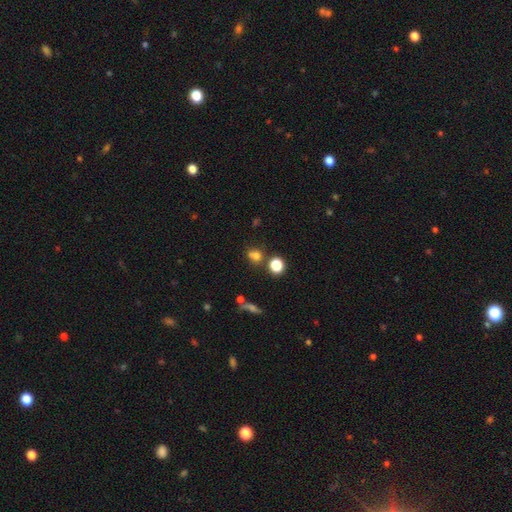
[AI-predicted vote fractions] This is likely a smooth galaxy (71%). How rounded: likely round (75%). Merging: possibly none (60%).